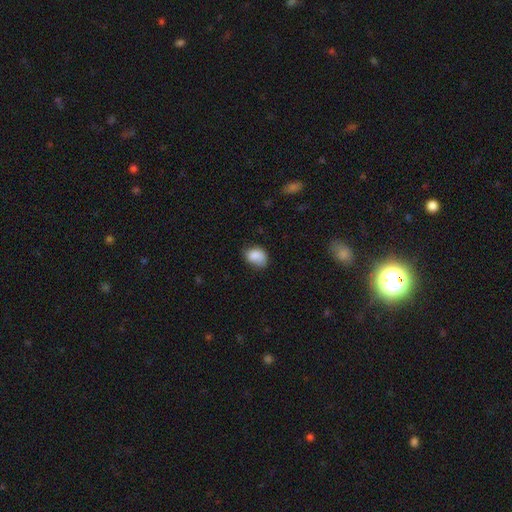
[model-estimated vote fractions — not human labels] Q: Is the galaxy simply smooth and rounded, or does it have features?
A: smooth — 82%.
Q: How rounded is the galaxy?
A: in between — 69%.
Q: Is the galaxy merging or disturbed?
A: none — 56%.